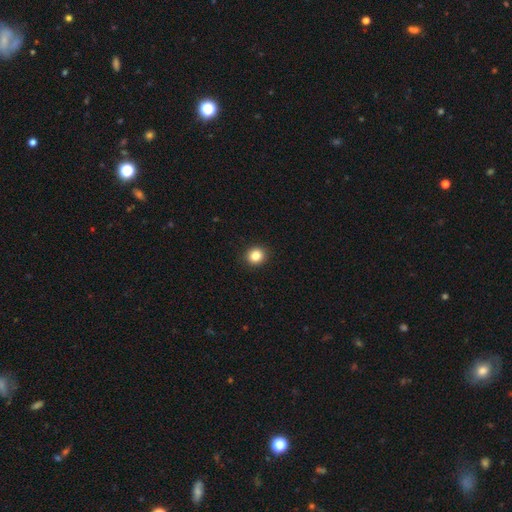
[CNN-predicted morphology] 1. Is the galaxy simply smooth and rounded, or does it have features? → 84% smooth, 11% star or artifact, 5% featured or disk.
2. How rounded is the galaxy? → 83% round, 16% in between, 1% cigar-shaped.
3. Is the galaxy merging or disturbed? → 93% none, 5% minor disturbance, 2% major disturbance, 1% merger.